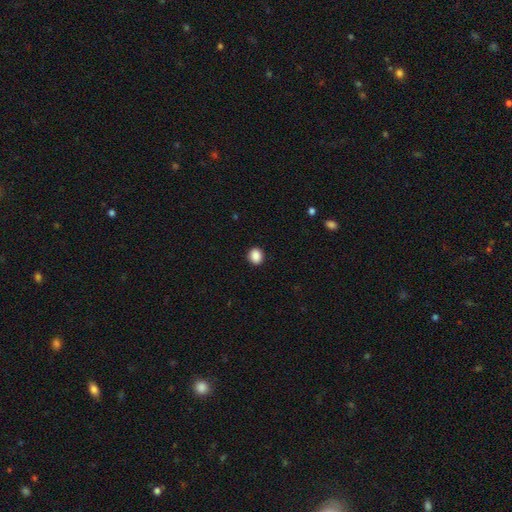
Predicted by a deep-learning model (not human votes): smooth 89%, star or artifact 9%, featured or disk 3%. Down the decision tree: how rounded — round (72%); merging — none (91%).